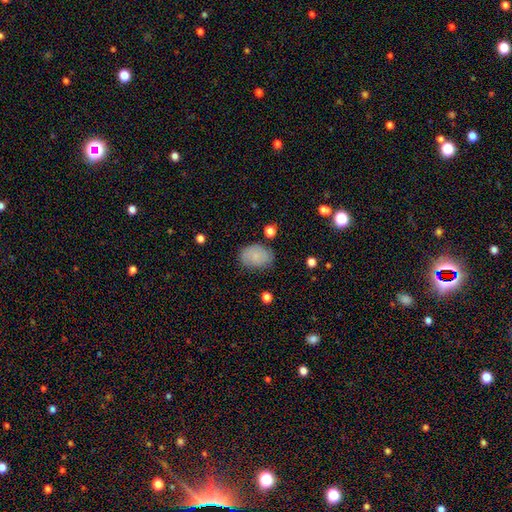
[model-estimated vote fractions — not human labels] The model was most divided on "merging": none: 74%, minor disturbance: 19%, major disturbance: 5%, merger: 2%. More confident: smooth or featured — smooth (80%); how rounded — in between (78%).